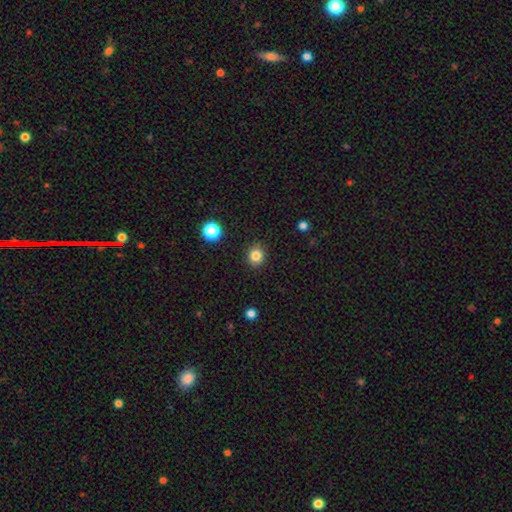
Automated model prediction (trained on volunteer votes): Q: Smooth or featured?
A: smooth (83%); runner-up: star or artifact (12%)
Q: How rounded?
A: round (83%); runner-up: in between (16%)
Q: Merging?
A: none (90%); runner-up: minor disturbance (7%)